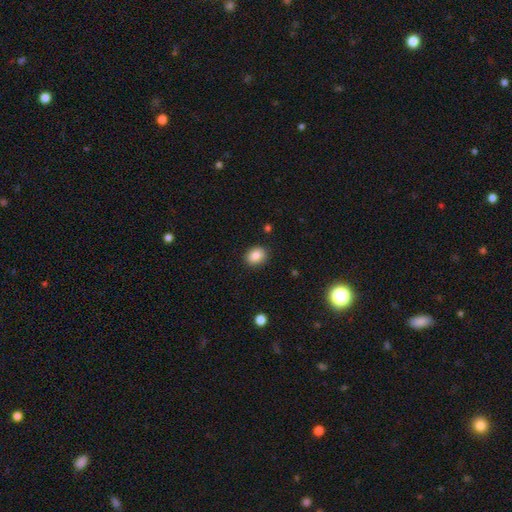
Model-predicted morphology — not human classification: smooth-or-featured: smooth: 86% | star or artifact: 9% | featured or disk: 5%
  how-rounded: in between: 53% | round: 46% | cigar-shaped: 1%
  merging: none: 88% | minor disturbance: 8% | major disturbance: 2% | merger: 1%